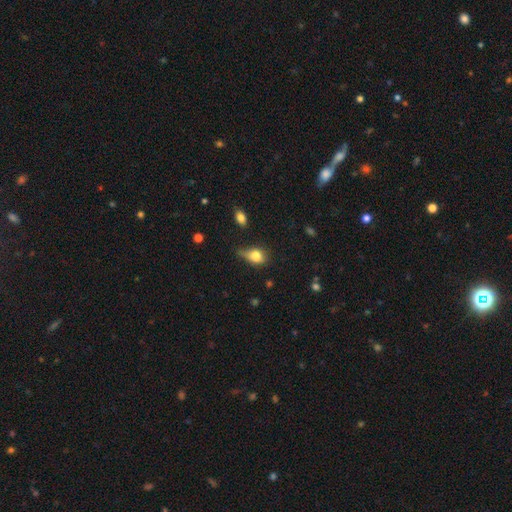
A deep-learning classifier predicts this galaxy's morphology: Q: Smooth or featured?
A: smooth (77%); runner-up: featured or disk (13%)
Q: How rounded?
A: in between (64%); runner-up: round (32%)
Q: Merging?
A: minor disturbance (41%); runner-up: none (35%)